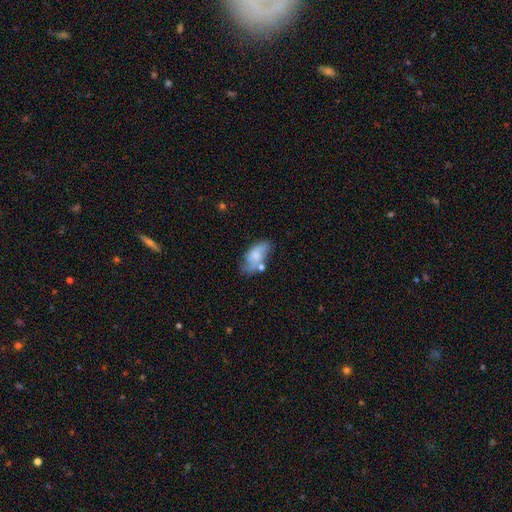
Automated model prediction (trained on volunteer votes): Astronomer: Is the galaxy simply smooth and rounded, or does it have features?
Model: smooth — 54% (runner-up: featured or disk, 38%).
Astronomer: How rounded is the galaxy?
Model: in between — 91%.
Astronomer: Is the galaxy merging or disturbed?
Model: none — 46% (runner-up: minor disturbance, 27%).